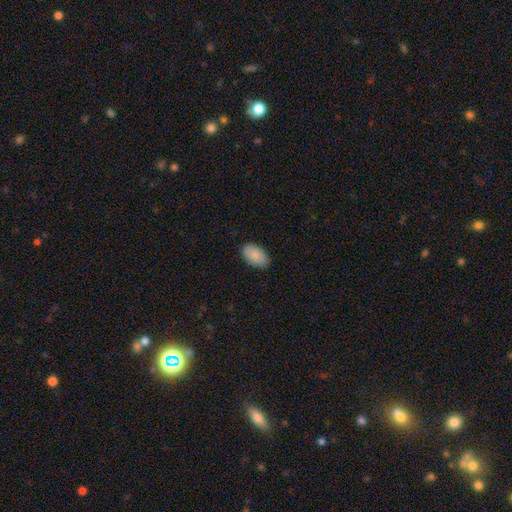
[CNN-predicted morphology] The model was most divided on "merging": none: 86%, minor disturbance: 11%, major disturbance: 2%, merger: 1%. More confident: how rounded — in between (95%); smooth or featured — smooth (90%).